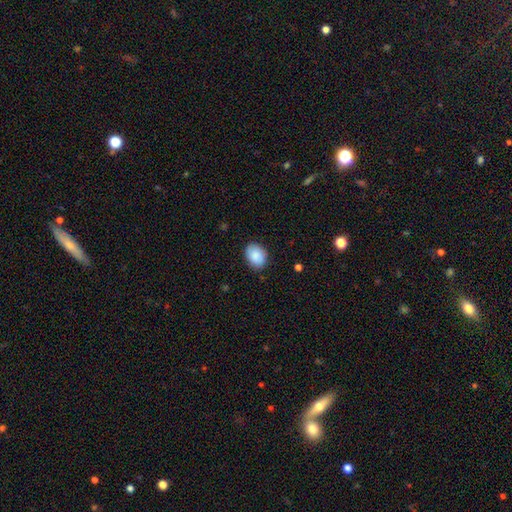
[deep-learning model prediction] Smooth or featured: smooth — 87% (star or artifact — 7%)
How rounded: in between — 66% (round — 33%)
Merging: none — 83% (minor disturbance — 13%)